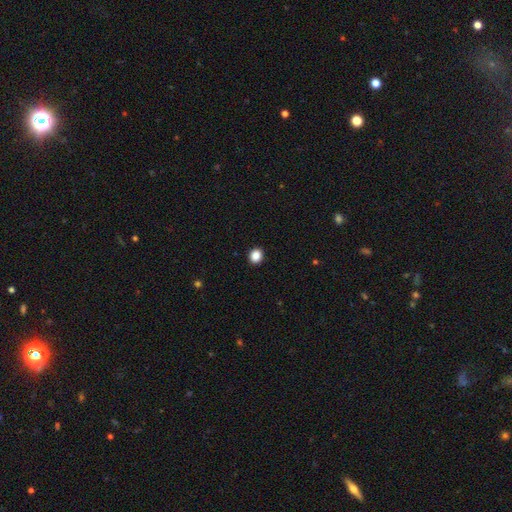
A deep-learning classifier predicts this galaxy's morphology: Overall: smooth (87%). How rounded: round (69%; in between 30%). Merging: none (93%).